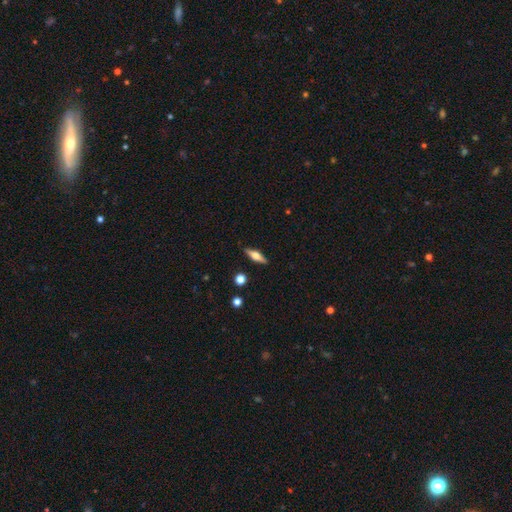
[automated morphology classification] A featured or disk galaxy (56%) viewed edge-on (94%) with a rounded central bulge (91%).

Vote fractions:
- Smooth or featured? featured or disk: 56% / smooth: 37% / star or artifact: 7%
- Edge-on disk? yes: 94% / no: 6%
- Edge-on bulge? rounded: 91% / boxy: 7% / none: 2%
- Merging? none: 89% / minor disturbance: 8% / major disturbance: 2% / merger: 2%